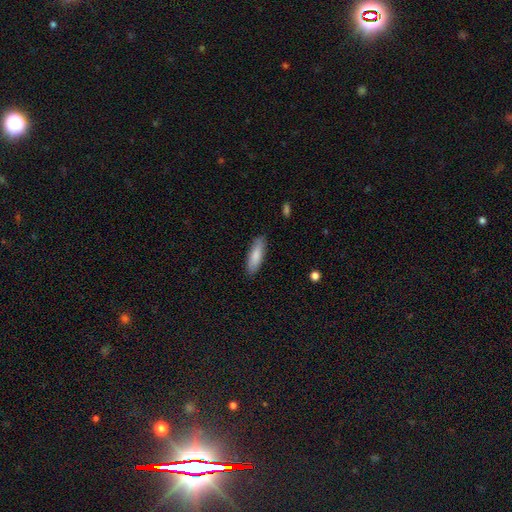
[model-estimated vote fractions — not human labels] Smooth or featured? Predicted: smooth (p=0.83). How rounded? Predicted: cigar-shaped (p=0.49, tied with in between). Merging? Predicted: none (p=0.86).